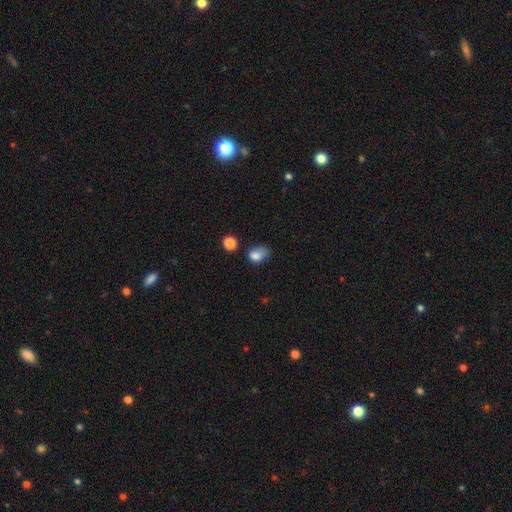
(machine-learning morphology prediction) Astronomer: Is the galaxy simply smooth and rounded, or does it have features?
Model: smooth — 79%.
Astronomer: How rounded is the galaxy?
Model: in between — 71%.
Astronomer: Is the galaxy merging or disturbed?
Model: minor disturbance — 37% (runner-up: none, 33%).